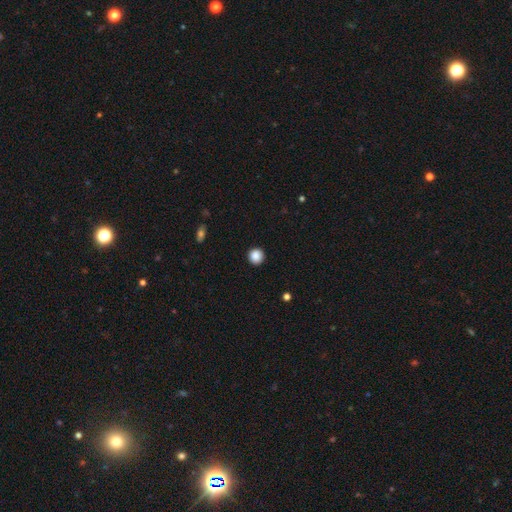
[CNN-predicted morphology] Smooth or featured? Predicted: smooth (p=0.88). How rounded? Predicted: round (p=0.94). Merging? Predicted: none (p=0.92).